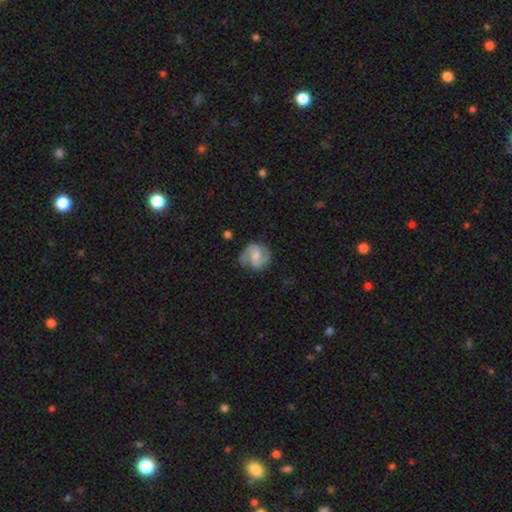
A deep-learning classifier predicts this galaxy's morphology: featured or disk 79%, smooth 15%, star or artifact 6%. Down the decision tree: edge-on disk — no (98%); bar — weak (48%); spiral arms — yes (96%); spiral arm count — 2 (84%); spiral winding — medium (52%); bulge size — moderate (38%); merging — none (74%).